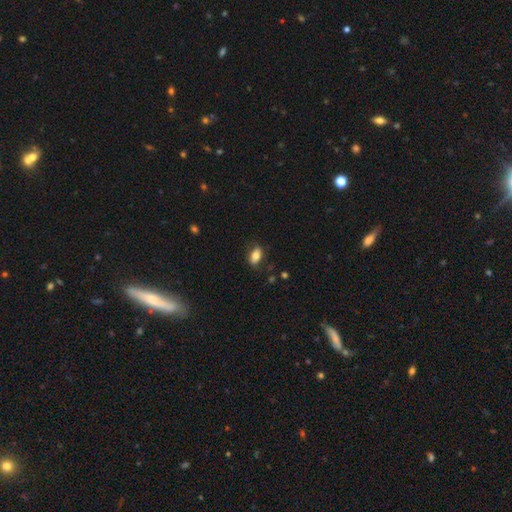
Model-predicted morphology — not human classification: smooth_or_featured: smooth (p=0.77) [alt: featured or disk p=0.15]
how_rounded: in between (p=0.87) [alt: round p=0.07]
merging: none (p=0.77) [alt: minor disturbance p=0.17]